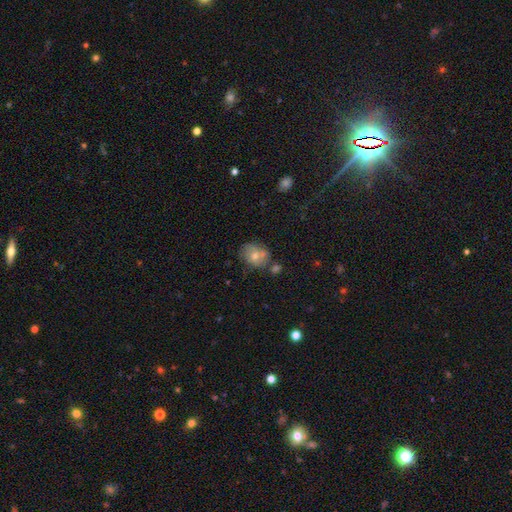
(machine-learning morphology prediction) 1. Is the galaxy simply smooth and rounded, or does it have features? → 68% smooth, 23% featured or disk, 9% star or artifact.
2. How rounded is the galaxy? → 54% round, 45% in between, 1% cigar-shaped.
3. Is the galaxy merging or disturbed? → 53% none, 23% minor disturbance, 17% merger, 7% major disturbance.